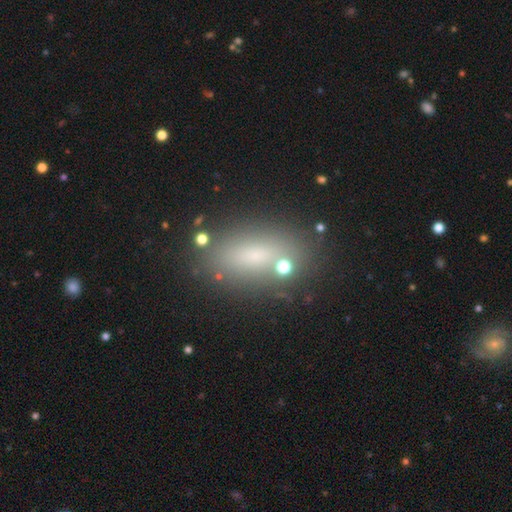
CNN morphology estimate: smooth-or-featured: smooth: 70% | star or artifact: 17% | featured or disk: 13%
  how-rounded: in between: 79% | cigar-shaped: 13% | round: 8%
  merging: none: 77% | minor disturbance: 12% | merger: 6% | major disturbance: 5%